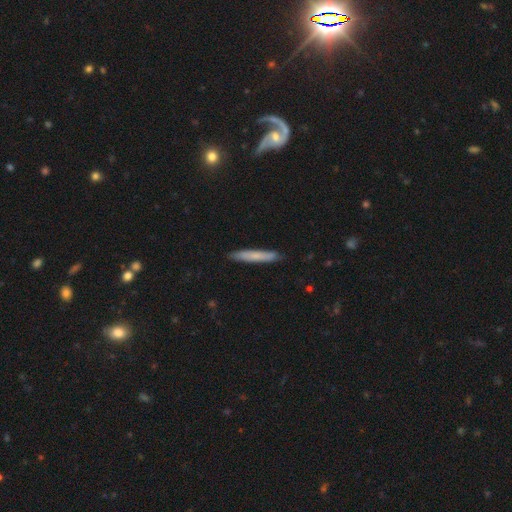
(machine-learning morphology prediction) Smooth or featured: smooth — 69% (featured or disk — 25%)
How rounded: cigar-shaped — 94% (in between — 4%)
Merging: none — 88% (minor disturbance — 9%)